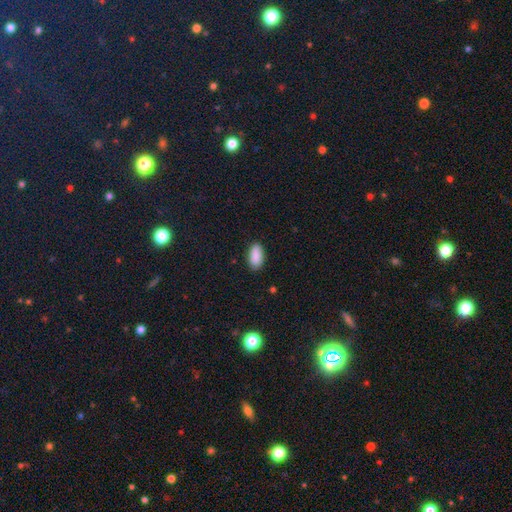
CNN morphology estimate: This appears to be a smooth galaxy with no disk features (89%) that is in between round and cigar-shaped (91%). Merging: none (86%).